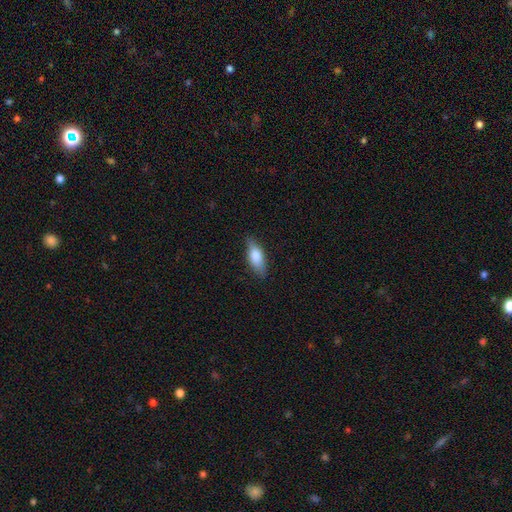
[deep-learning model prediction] Q: Smooth or featured?
A: smooth (77%); runner-up: featured or disk (17%)
Q: How rounded?
A: in between (77%); runner-up: cigar-shaped (20%)
Q: Merging?
A: none (78%); runner-up: minor disturbance (17%)